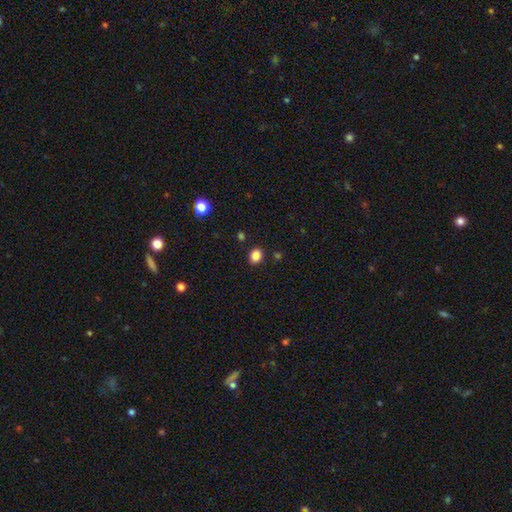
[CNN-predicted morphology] Smooth or featured? smooth (86%)
How rounded? in between (56%)
Merging? none (87%)